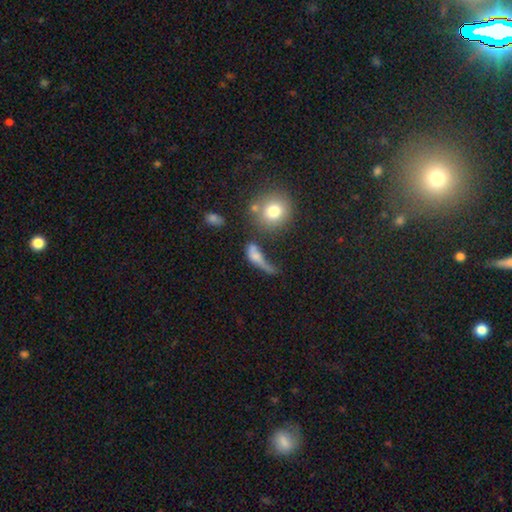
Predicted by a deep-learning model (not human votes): Overall: smooth (56%; featured or disk 32%). How rounded: in between (50%; cigar-shaped 30%). Merging: major disturbance (41%; none 22%).